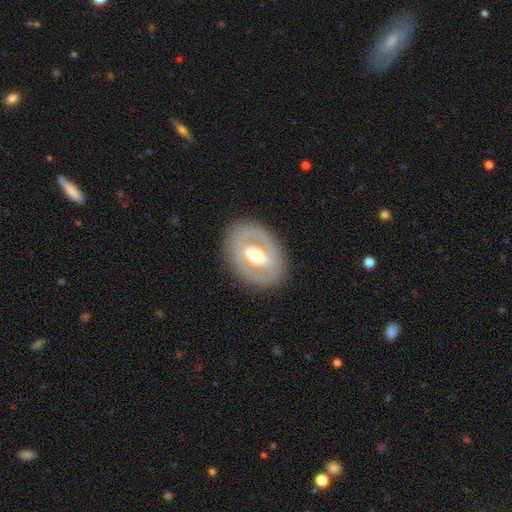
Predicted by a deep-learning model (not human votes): This is likely a featured or disk galaxy (69%). It is clearly not viewed edge-on (93%). Bar: marginally strong (36%). Spiral arm pattern: likely no (73%). Central bulge: likely moderate (69%). Merging: clearly none (84%).